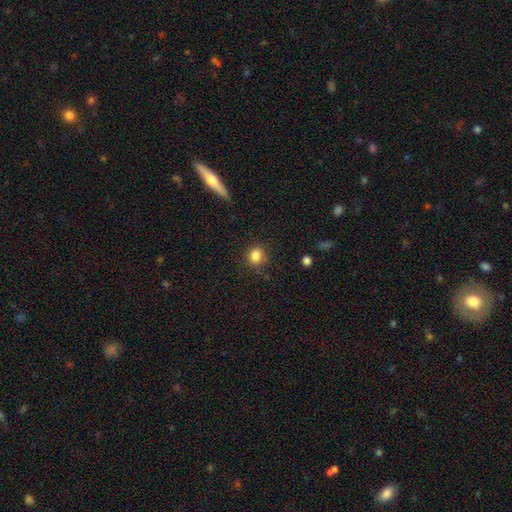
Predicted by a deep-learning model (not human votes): smooth-or-featured: smooth: 85% | star or artifact: 11% | featured or disk: 5%
  how-rounded: round: 80% | in between: 19% | cigar-shaped: 1%
  merging: none: 85% | minor disturbance: 10% | major disturbance: 3% | merger: 2%